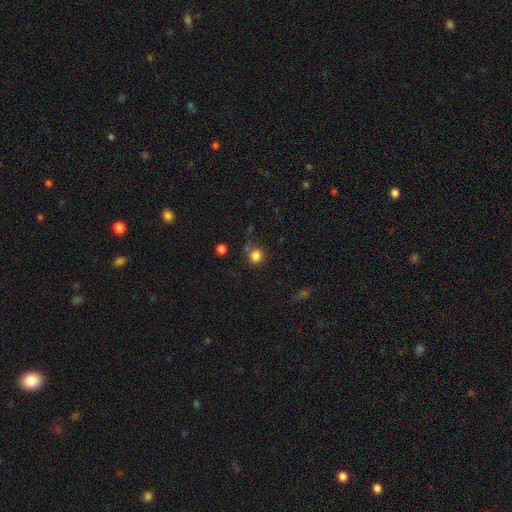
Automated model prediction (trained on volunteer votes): Overall: smooth (83%). How rounded: round (90%). Merging: none (71%).